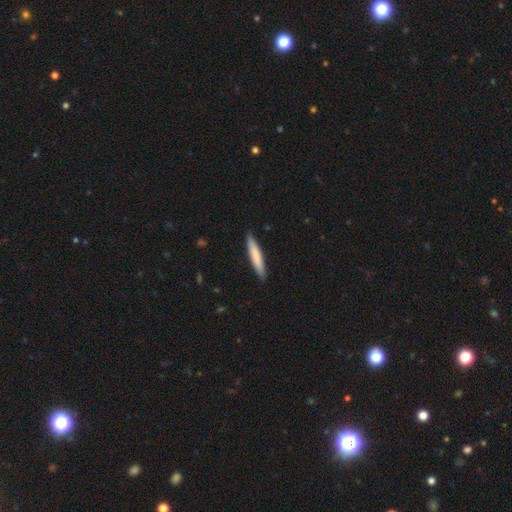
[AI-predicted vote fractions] Smooth or featured? Predicted: smooth (p=0.78). How rounded? Predicted: cigar-shaped (p=0.91). Merging? Predicted: none (p=0.89).